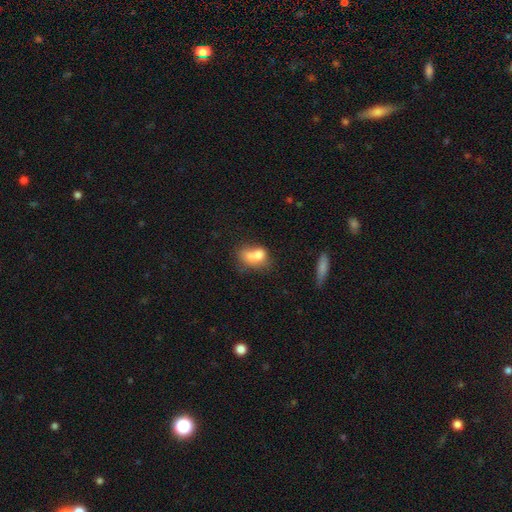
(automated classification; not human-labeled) The model was most divided on "merging": merger: 52%, none: 23%, minor disturbance: 13%, major disturbance: 12%. More confident: how rounded — in between (70%); smooth or featured — smooth (69%).